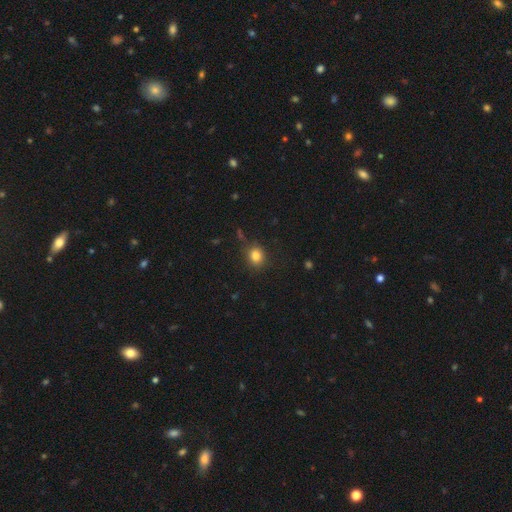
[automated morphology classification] This is clearly a smooth galaxy (82%). How rounded: likely round (66%). Merging: clearly none (81%).